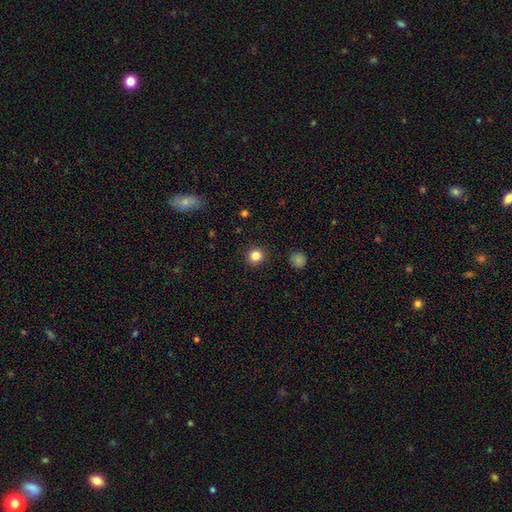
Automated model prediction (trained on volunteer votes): Overall: smooth (83%). How rounded: round (94%). Merging: none (92%).